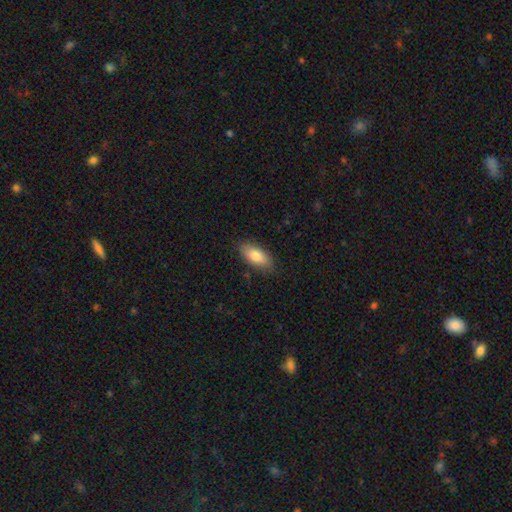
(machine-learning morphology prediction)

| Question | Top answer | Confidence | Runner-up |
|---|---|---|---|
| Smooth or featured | smooth | 83% | featured or disk (11%) |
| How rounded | in between | 87% | cigar-shaped (11%) |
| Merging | none | 84% | minor disturbance (12%) |